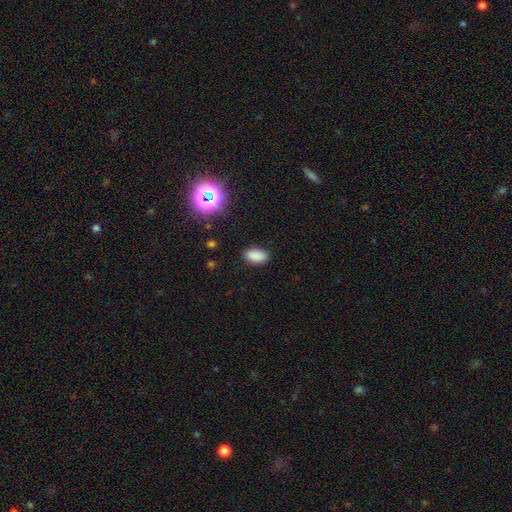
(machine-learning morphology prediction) Smooth or featured?
  - smooth: 84% *
  - star or artifact: 12%
  - featured or disk: 4%
How rounded?
  - in between: 91% *
  - round: 6%
  - cigar-shaped: 3%
Merging?
  - none: 86% *
  - minor disturbance: 10%
  - major disturbance: 3%
  - merger: 1%